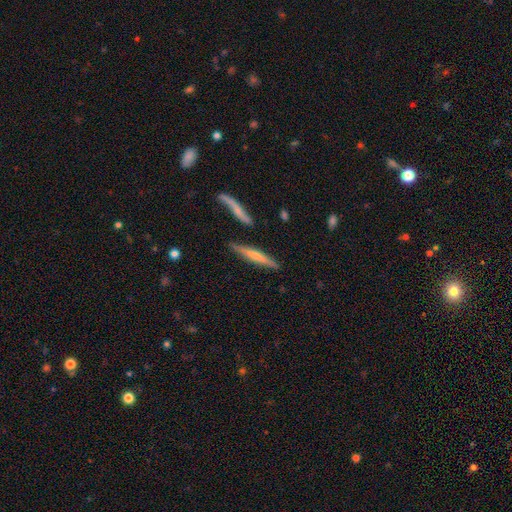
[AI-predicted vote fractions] A smooth galaxy with no disk features (49%).

Vote fractions:
- Smooth or featured? smooth: 49% / featured or disk: 45% / star or artifact: 6%
- Merging? none: 78% / minor disturbance: 13% / merger: 6% / major disturbance: 3%